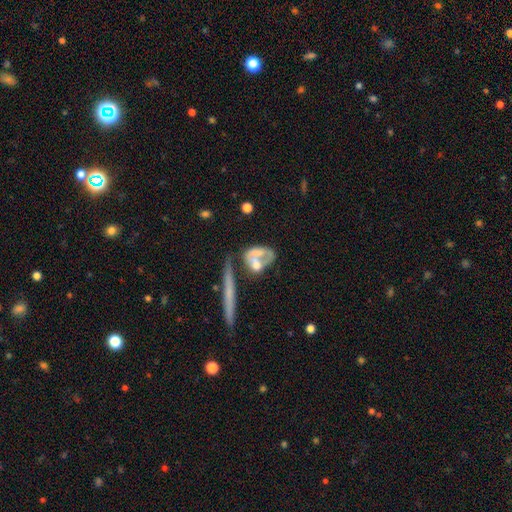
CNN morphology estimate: The model was most divided on "merging": merger: 32%, none: 28%, major disturbance: 23%, minor disturbance: 18%. More confident: how rounded — in between (70%); smooth or featured — smooth (51%).